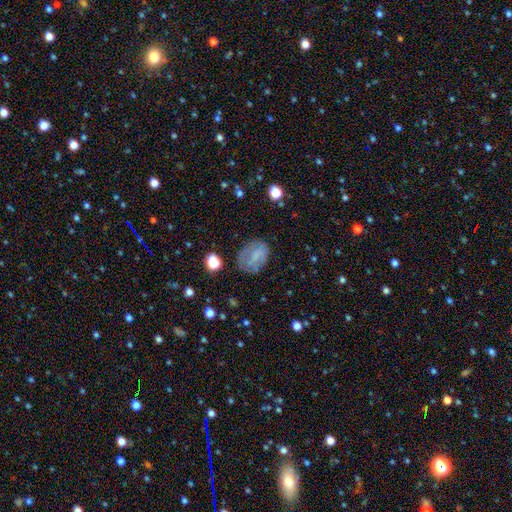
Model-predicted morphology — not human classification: A smooth galaxy with no disk features (67%) that is in between round and cigar-shaped (73%).

Vote fractions:
- Smooth or featured? smooth: 67% / featured or disk: 22% / star or artifact: 12%
- How rounded? in between: 73% / round: 26% / cigar-shaped: 2%
- Merging? none: 63% / minor disturbance: 24% / major disturbance: 11% / merger: 3%